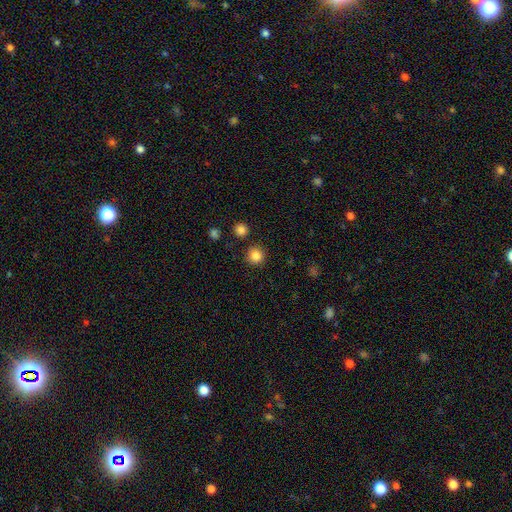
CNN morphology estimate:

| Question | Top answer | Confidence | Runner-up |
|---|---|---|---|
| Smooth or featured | smooth | 85% | star or artifact (11%) |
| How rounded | round | 95% | in between (5%) |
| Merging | none | 90% | minor disturbance (6%) |